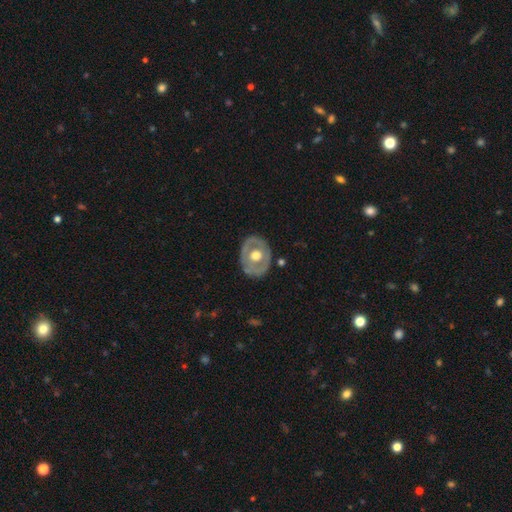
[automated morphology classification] This appears to be a featured or disk galaxy (60%) with no bar (87%), no spiral arms (84%) and a moderate central bulge (64%). Merging: none (79%).